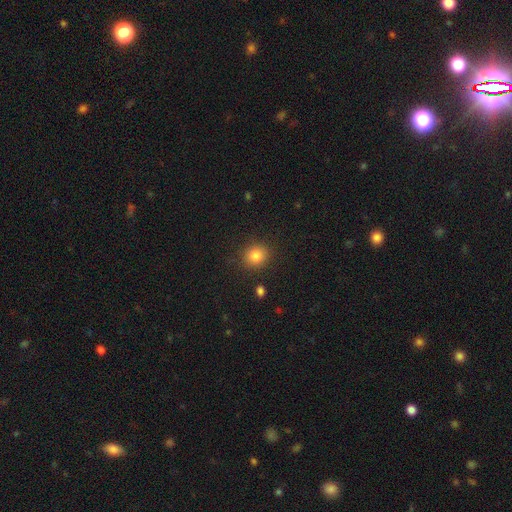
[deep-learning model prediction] Morphology: type=smooth (83%); roundness=round (83%); merging=none (88%).